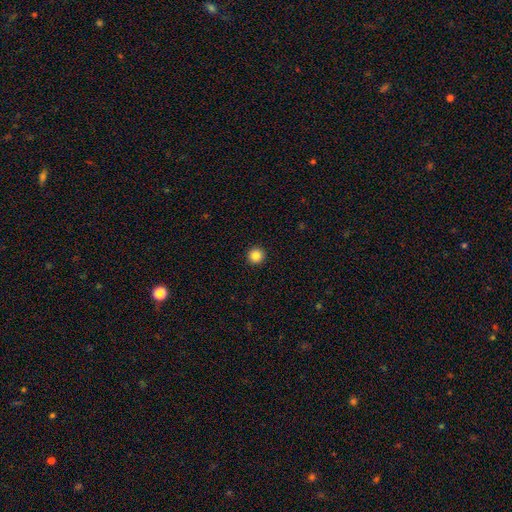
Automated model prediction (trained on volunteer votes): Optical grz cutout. It shows a smooth galaxy with no disk features (86%) that is round (96%). Merging: none (94%).